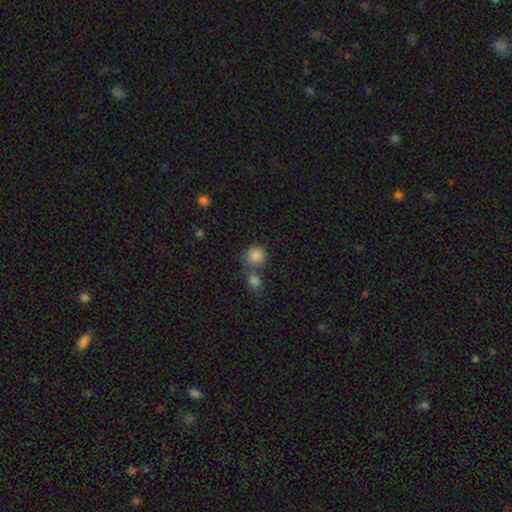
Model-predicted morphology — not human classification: Q: Smooth or featured?
A: smooth (84%); runner-up: star or artifact (10%)
Q: How rounded?
A: round (89%); runner-up: in between (10%)
Q: Merging?
A: none (59%); runner-up: merger (29%)